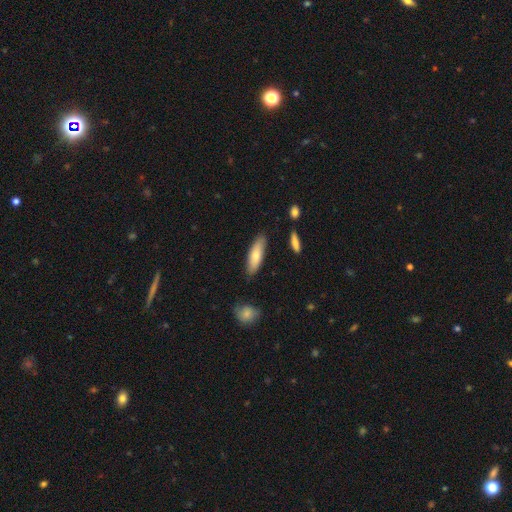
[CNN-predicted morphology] type=smooth (76%); roundness=cigar-shaped (49%, tied with in between); merging=none (83%).